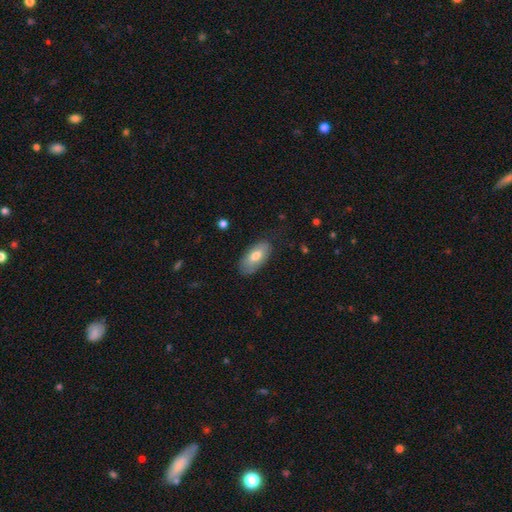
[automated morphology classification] smooth_or_featured: smooth (p=0.71) [alt: featured or disk p=0.23]
how_rounded: in between (p=0.92) [alt: cigar-shaped p=0.06]
merging: none (p=0.75) [alt: minor disturbance p=0.20]